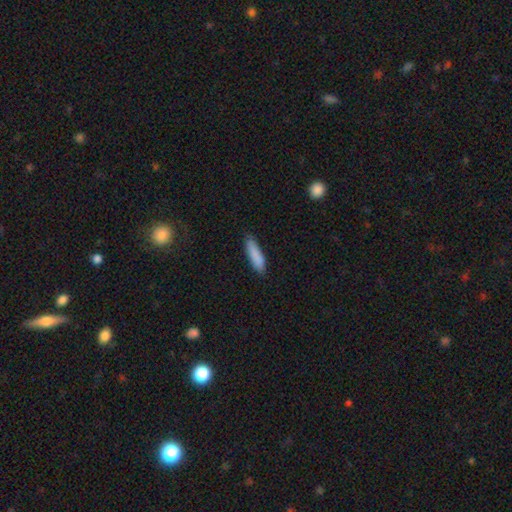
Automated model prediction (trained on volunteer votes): Smooth or featured? smooth (88%)
How rounded? cigar-shaped (63%)
Merging? none (82%)